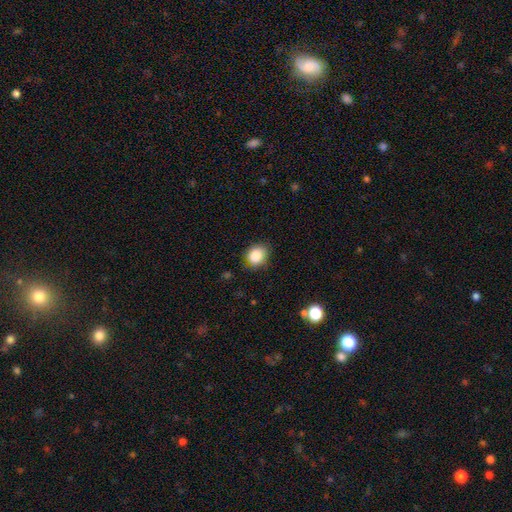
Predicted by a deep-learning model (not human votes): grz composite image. It shows a smooth galaxy with no disk features (85%) that is round (58%). Merging: none (78%).